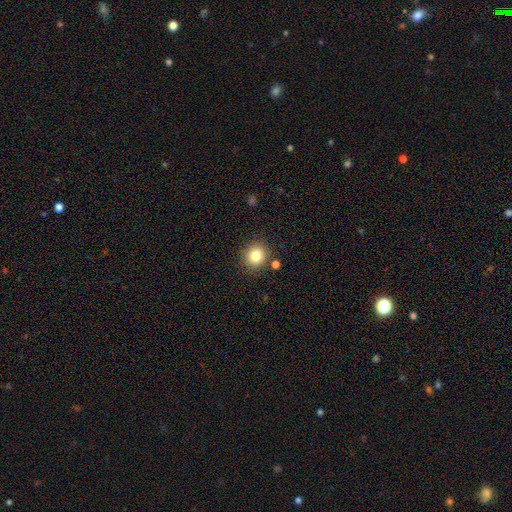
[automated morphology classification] This is clearly a smooth galaxy (82%). How rounded: clearly round (87%). Merging: clearly none (86%).